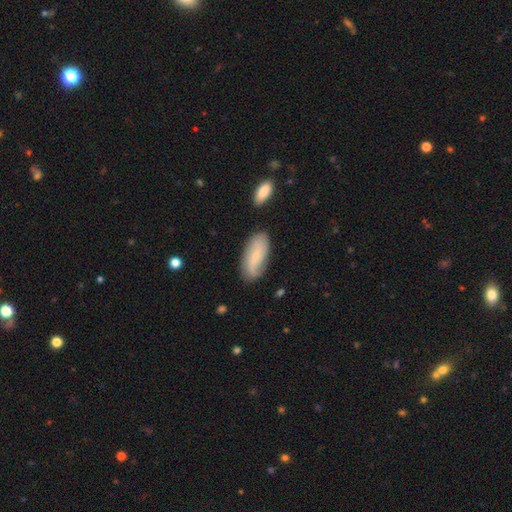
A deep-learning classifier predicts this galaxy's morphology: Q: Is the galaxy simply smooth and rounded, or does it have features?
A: featured or disk — 48%.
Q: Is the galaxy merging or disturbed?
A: none — 75%.